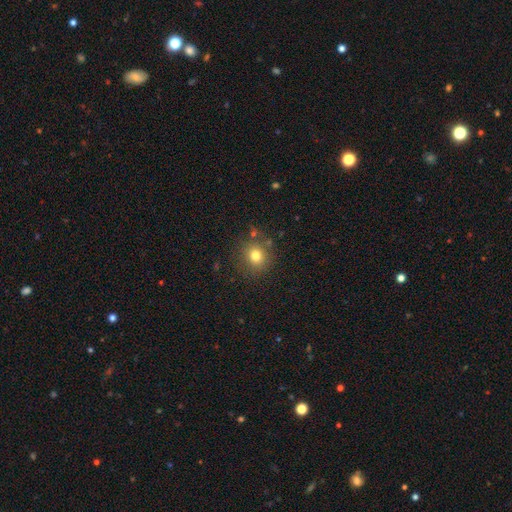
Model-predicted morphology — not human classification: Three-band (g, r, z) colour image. It shows a smooth galaxy with no disk features (76%) that is round (84%). Merging: none (83%).